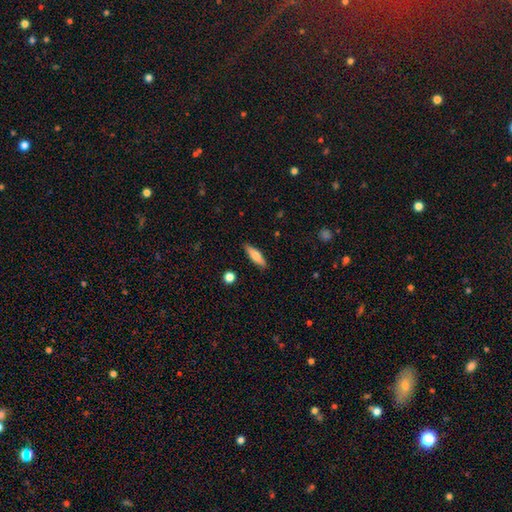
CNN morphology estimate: A smooth galaxy with no disk features (66%) that is cigar-shaped (67%). Merging: none (88%).